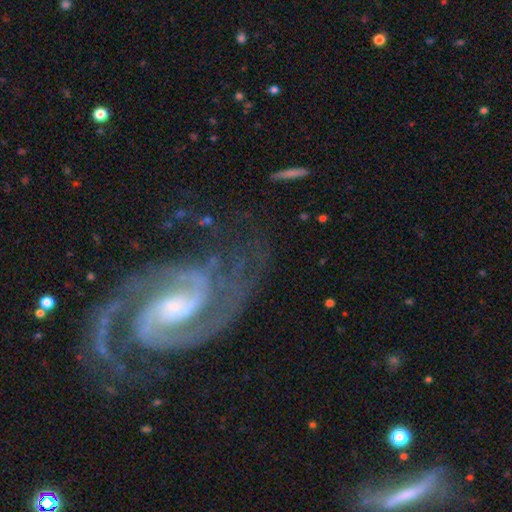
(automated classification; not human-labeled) Morphology: type=featured or disk (92%); edge-on=no (97%); bar=weak (44%); spiral arms=yes (98%); winding=medium (51%); arm count=2 (83%); bulge=small (50%); merging=none (66%).